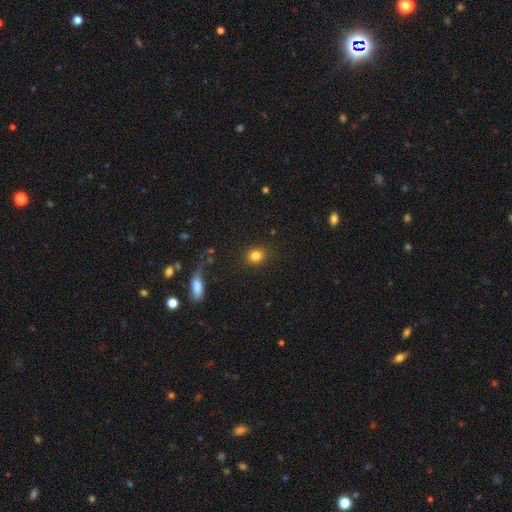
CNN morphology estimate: The model was most divided on "how rounded": round: 52%, in between: 46%, cigar-shaped: 2%. More confident: merging — none (86%); smooth or featured — smooth (83%).